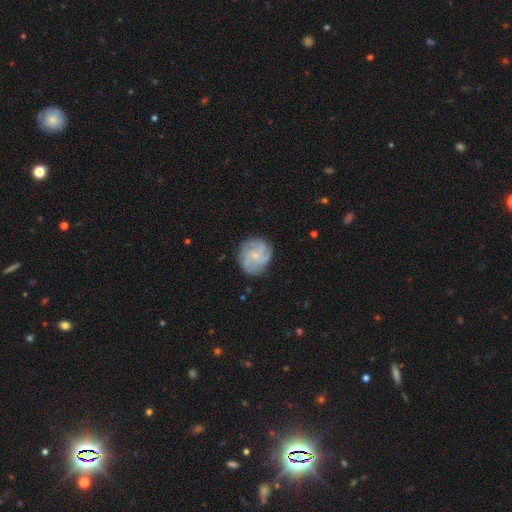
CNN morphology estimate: Q: Smooth or featured?
A: featured or disk (67%); runner-up: smooth (25%)
Q: Edge-on disk?
A: no (98%); runner-up: yes (2%)
Q: Bar?
A: no (75%); runner-up: weak (23%)
Q: Spiral arms?
A: yes (89%); runner-up: no (11%)
Q: Spiral winding?
A: tight (46%); runner-up: medium (38%)
Q: Spiral arm count?
A: can't tell (30%); runner-up: 4 (24%)
Q: Bulge size?
A: small (71%); runner-up: moderate (22%)
Q: Merging?
A: none (78%); runner-up: minor disturbance (15%)